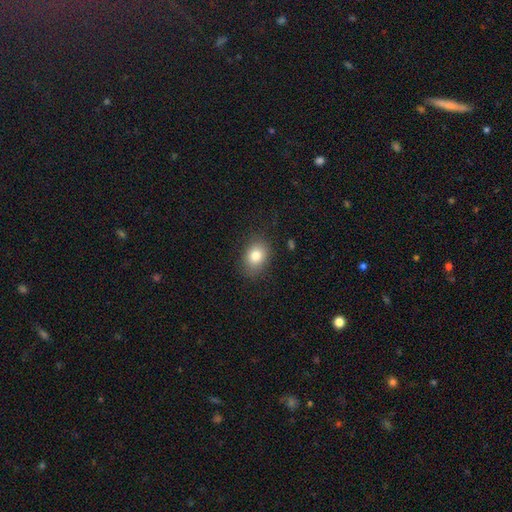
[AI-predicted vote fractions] Q: Smooth or featured?
A: smooth (81%); runner-up: star or artifact (10%)
Q: How rounded?
A: in between (66%); runner-up: round (32%)
Q: Merging?
A: none (83%); runner-up: minor disturbance (12%)